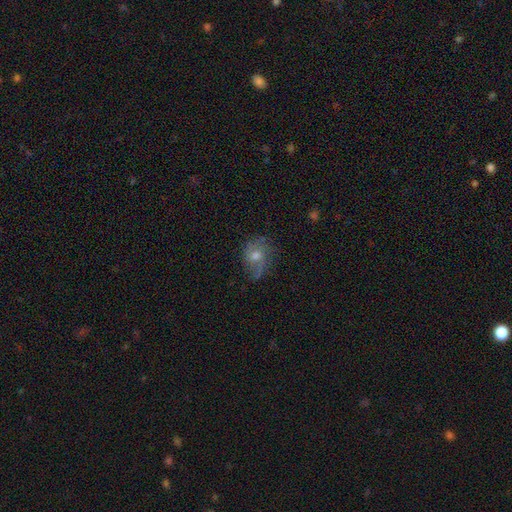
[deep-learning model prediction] Smooth or featured? featured or disk (56%)
Edge-on disk? no (96%)
Bar? no (68%)
Spiral arms? yes (80%)
Bulge size? moderate (62%)
Merging? none (60%)